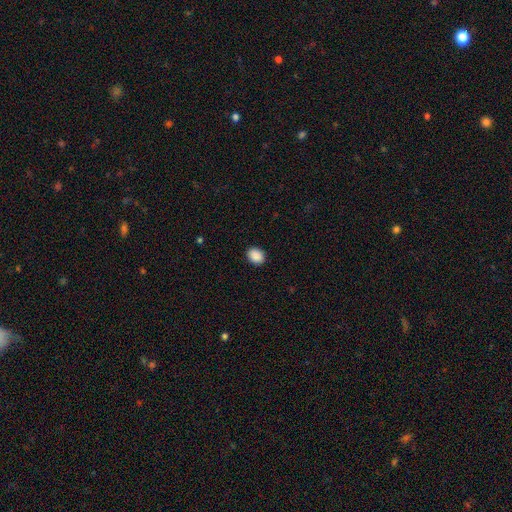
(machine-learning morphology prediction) Q: Smooth or featured?
A: smooth (90%); runner-up: star or artifact (8%)
Q: How rounded?
A: in between (52%); runner-up: round (47%)
Q: Merging?
A: none (90%); runner-up: minor disturbance (7%)